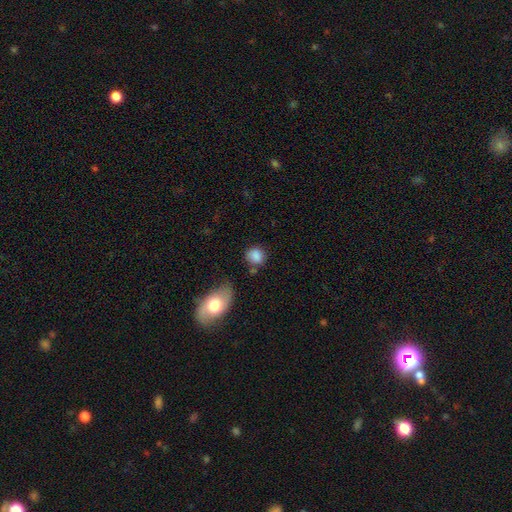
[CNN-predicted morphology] Overall: smooth (85%). How rounded: round (75%). Merging: none (67%).